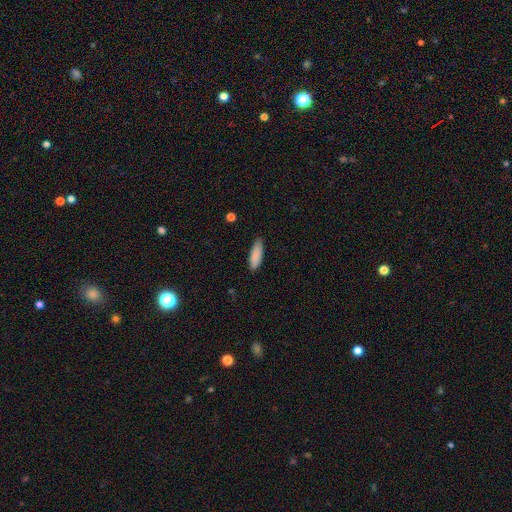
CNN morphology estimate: Overall: smooth (87%). How rounded: cigar-shaped (50%; in between 49%). Merging: none (82%).